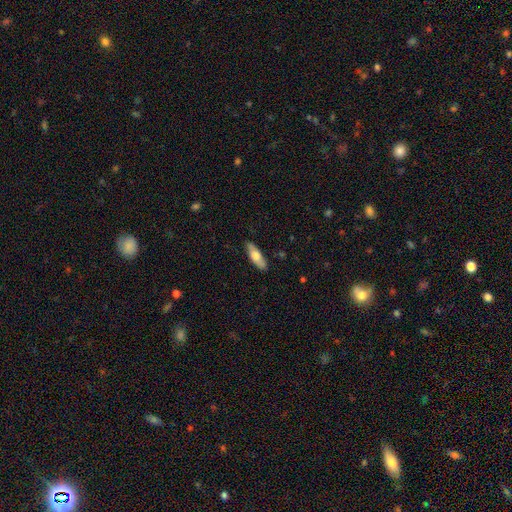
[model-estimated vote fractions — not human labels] A smooth galaxy with no disk features (65%) that is in between round and cigar-shaped (55%).

Vote fractions:
- Smooth or featured? smooth: 65% / featured or disk: 29% / star or artifact: 6%
- How rounded? in between: 55% / cigar-shaped: 43% / round: 2%
- Merging? none: 86% / minor disturbance: 11% / major disturbance: 2% / merger: 1%